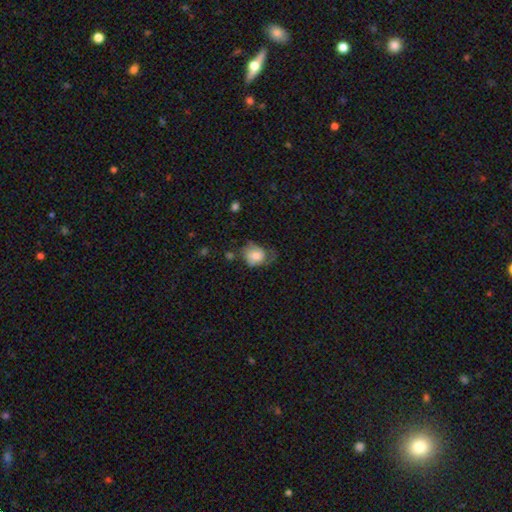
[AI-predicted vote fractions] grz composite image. It shows a smooth galaxy with no disk features (65%) that is round (56%). Merging: none (35%).